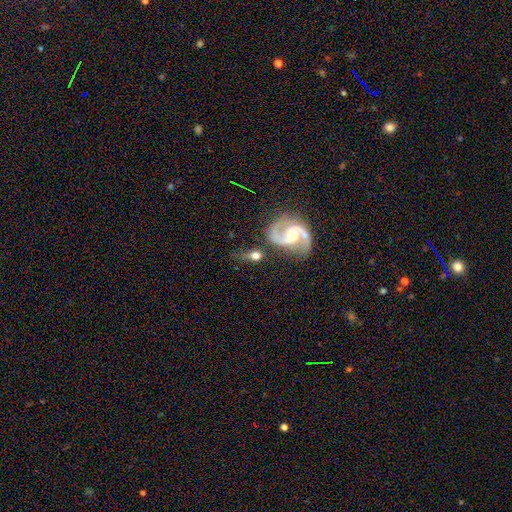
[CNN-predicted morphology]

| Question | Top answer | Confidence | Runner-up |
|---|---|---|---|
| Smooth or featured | featured or disk | 60% | smooth (31%) |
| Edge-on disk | no | 92% | yes (8%) |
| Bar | no | 43% | tied: weak (43%) |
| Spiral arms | yes | 88% | no (12%) |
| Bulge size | moderate | 49% | small (31%) |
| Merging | none | 54% | minor disturbance (19%) |